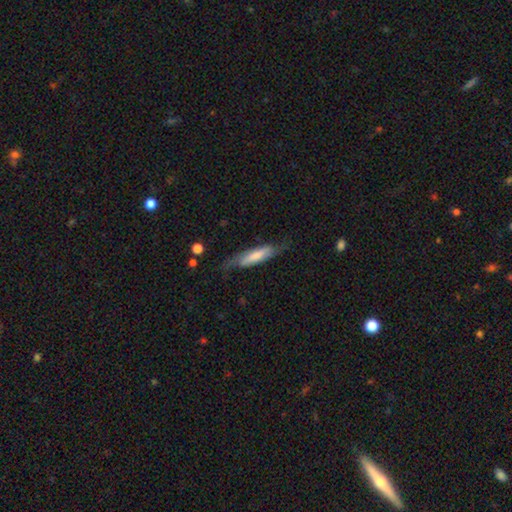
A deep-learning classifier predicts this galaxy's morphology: Smooth or featured?
  - smooth: 55% *
  - featured or disk: 39%
  - star or artifact: 6%
How rounded?
  - cigar-shaped: 70% *
  - in between: 28%
  - round: 2%
Merging?
  - none: 64% *
  - minor disturbance: 23%
  - major disturbance: 10%
  - merger: 2%